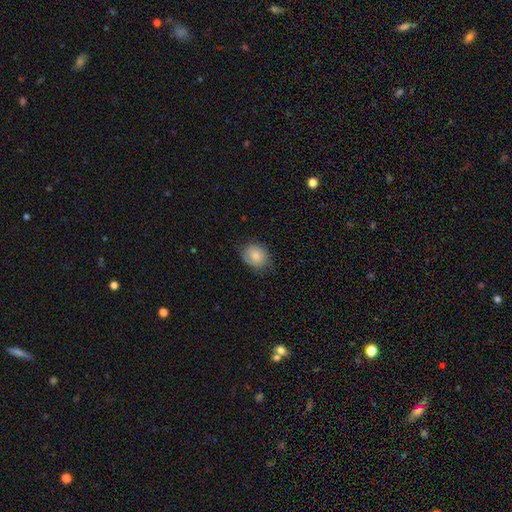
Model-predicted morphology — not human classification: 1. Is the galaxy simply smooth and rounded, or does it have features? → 70% smooth, 22% featured or disk, 8% star or artifact.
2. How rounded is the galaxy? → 57% round, 42% in between, 1% cigar-shaped.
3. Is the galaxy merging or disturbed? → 64% none, 28% minor disturbance, 7% major disturbance, 1% merger.